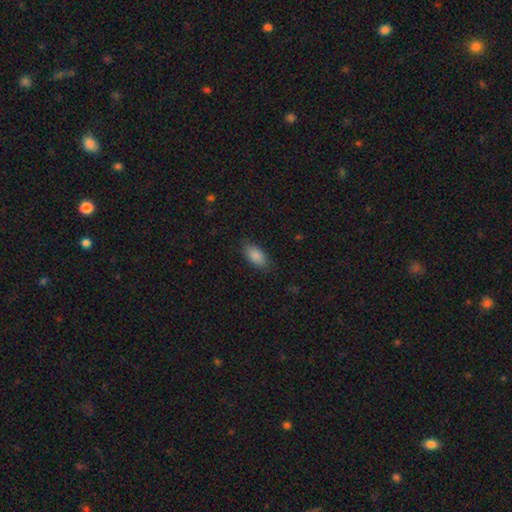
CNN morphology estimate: This is clearly a smooth galaxy (88%). How rounded: clearly in between (92%). Merging: clearly none (82%).